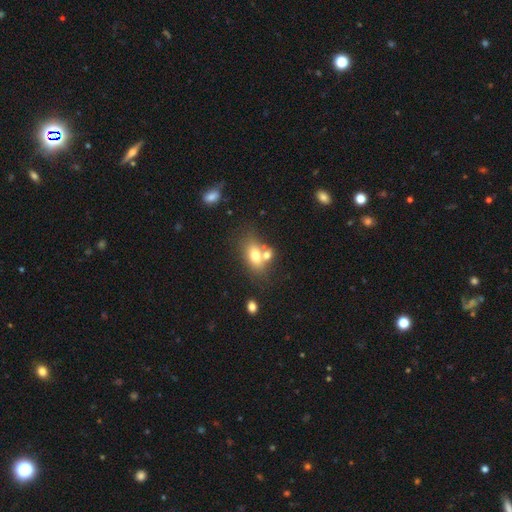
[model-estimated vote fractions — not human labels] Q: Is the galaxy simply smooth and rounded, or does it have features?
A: smooth — 69%.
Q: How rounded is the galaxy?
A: in between — 80%.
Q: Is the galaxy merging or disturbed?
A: none — 44%.